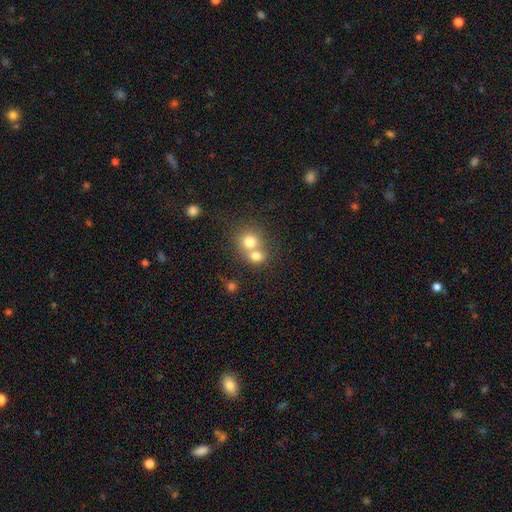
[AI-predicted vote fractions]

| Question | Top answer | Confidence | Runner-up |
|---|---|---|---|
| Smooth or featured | smooth | 75% | featured or disk (14%) |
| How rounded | round | 75% | in between (24%) |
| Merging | merger | 60% | none (32%) |